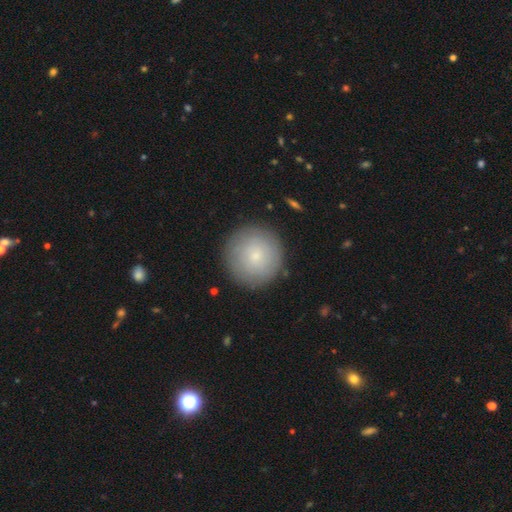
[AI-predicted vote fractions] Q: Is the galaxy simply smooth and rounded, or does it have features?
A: smooth — 77%.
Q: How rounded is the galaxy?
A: round — 96%.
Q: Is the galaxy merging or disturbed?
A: none — 89%.